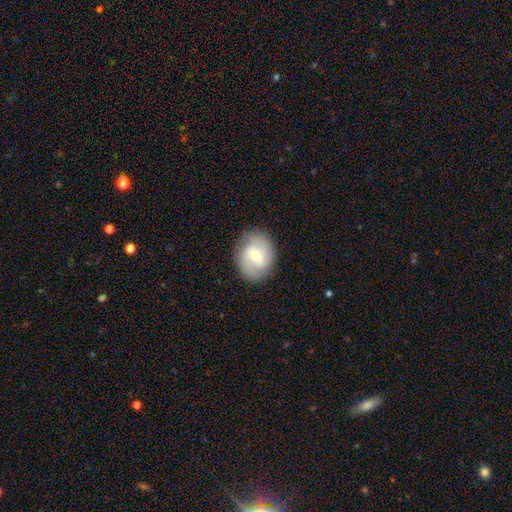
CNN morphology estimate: This is possibly a featured or disk galaxy (54%). It is clearly not viewed edge-on (96%). Bar: possibly weak (55%). Spiral arm pattern: likely yes (75%). Central bulge: possibly moderate (52%). Merging: clearly none (82%).